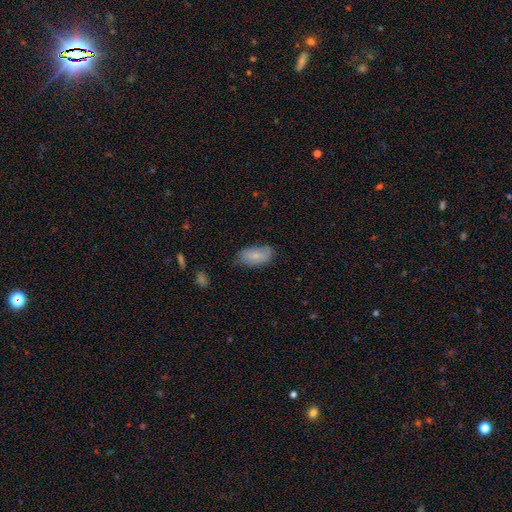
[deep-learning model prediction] Overall: smooth (75%). How rounded: in between (94%). Merging: none (68%).